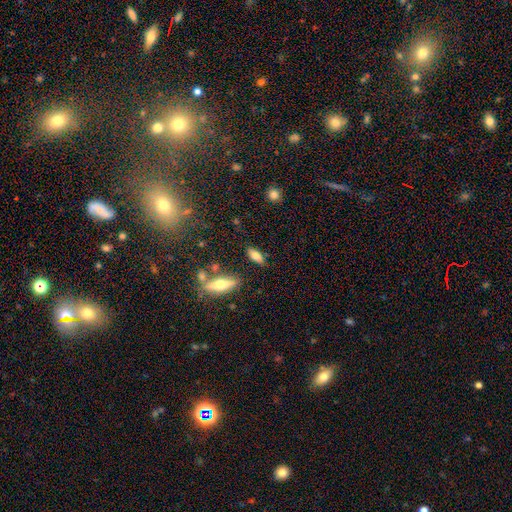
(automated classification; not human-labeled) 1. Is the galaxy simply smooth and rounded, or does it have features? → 72% smooth, 20% featured or disk, 8% star or artifact.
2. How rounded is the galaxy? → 72% in between, 25% cigar-shaped, 3% round.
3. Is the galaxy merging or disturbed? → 80% none, 12% minor disturbance, 4% merger, 3% major disturbance.